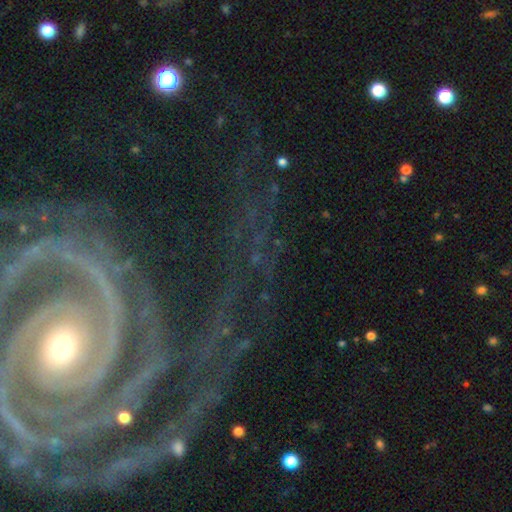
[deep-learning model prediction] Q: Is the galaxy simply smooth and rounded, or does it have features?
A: featured or disk — 54%.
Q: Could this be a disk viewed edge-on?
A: no — 85%.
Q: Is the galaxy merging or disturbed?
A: none — 67%.